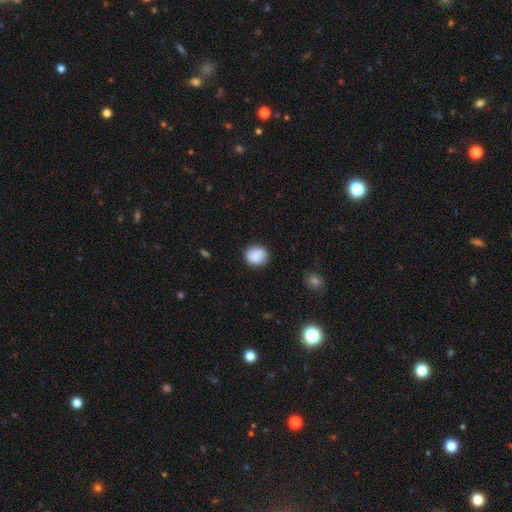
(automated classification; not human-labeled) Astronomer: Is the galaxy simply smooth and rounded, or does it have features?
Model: smooth — 84%.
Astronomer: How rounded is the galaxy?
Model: round — 75%.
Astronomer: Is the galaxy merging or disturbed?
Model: none — 78%.